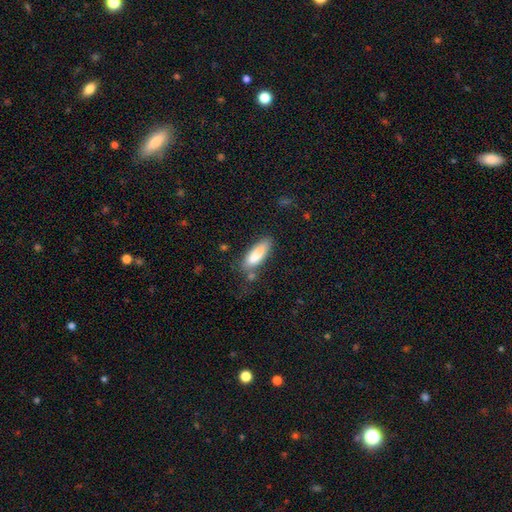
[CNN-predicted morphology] Smooth or featured? Predicted: smooth (p=0.83). How rounded? Predicted: in between (p=0.58). Merging? Predicted: none (p=0.66).